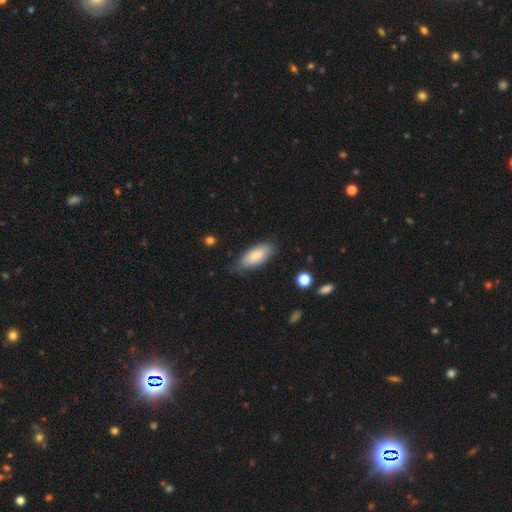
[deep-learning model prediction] smooth 81%, featured or disk 13%, star or artifact 6%. Down the decision tree: how rounded — in between (82%); merging — none (66%).